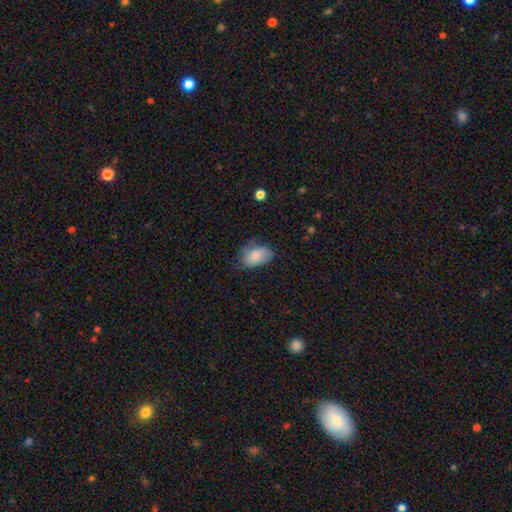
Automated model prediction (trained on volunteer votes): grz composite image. It shows a smooth galaxy with no disk features (78%) that is in between round and cigar-shaped (89%). Merging: none (54%).